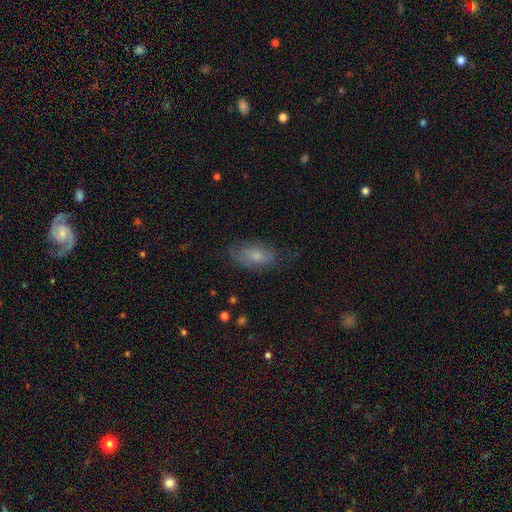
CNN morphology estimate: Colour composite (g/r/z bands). It shows a smooth galaxy with no disk features (66%) that is in between round and cigar-shaped (89%). Merging: none (73%).